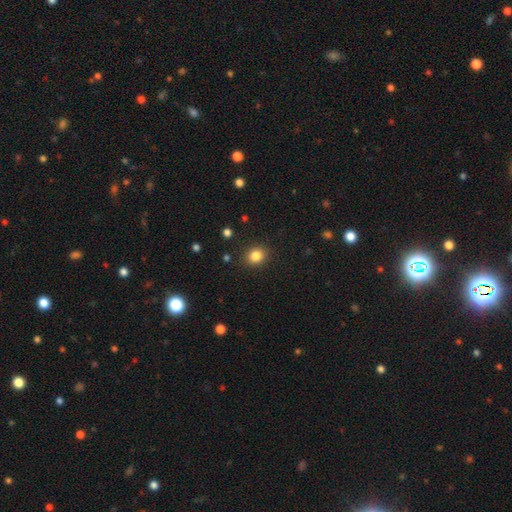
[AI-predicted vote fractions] Smooth or featured?
  - smooth: 83% *
  - star or artifact: 11%
  - featured or disk: 5%
How rounded?
  - round: 70% *
  - in between: 30%
  - cigar-shaped: 1%
Merging?
  - none: 89% *
  - minor disturbance: 7%
  - major disturbance: 2%
  - merger: 1%